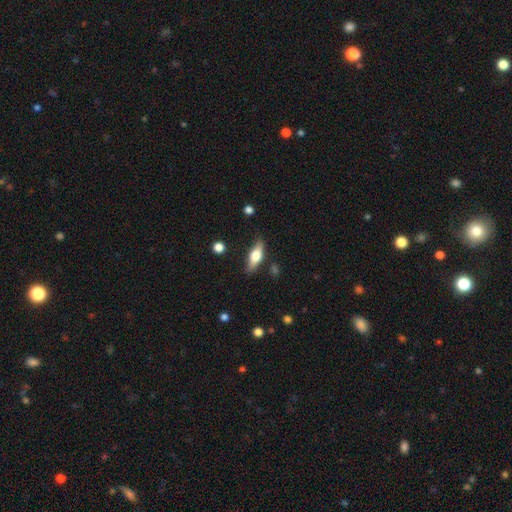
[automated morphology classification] Smooth or featured? smooth (55%)
How rounded? in between (60%)
Merging? none (79%)